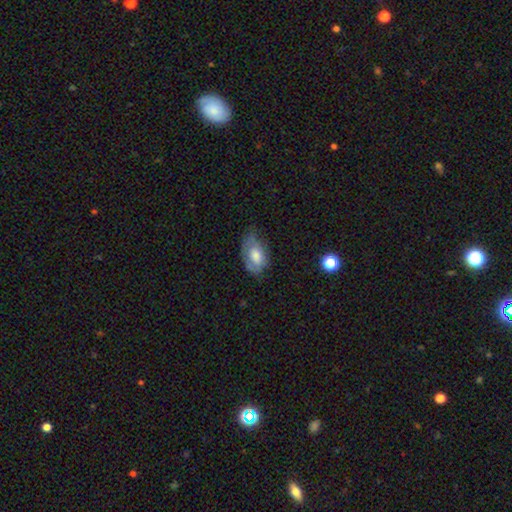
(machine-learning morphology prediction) Q: Smooth or featured?
A: smooth (61%); runner-up: featured or disk (32%)
Q: How rounded?
A: in between (90%); runner-up: round (7%)
Q: Merging?
A: none (47%); runner-up: minor disturbance (37%)